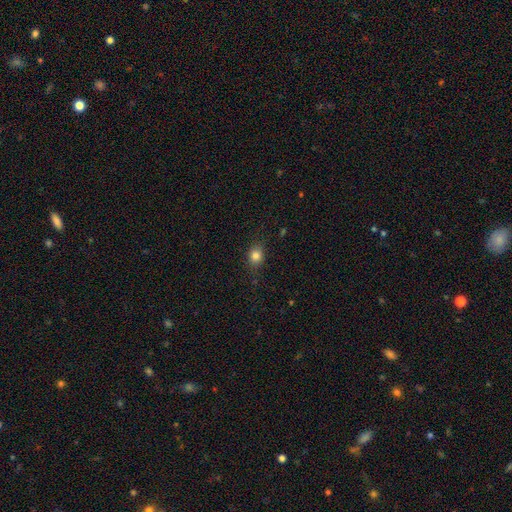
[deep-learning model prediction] A smooth galaxy with no disk features (82%) that is round (59%).

Vote fractions:
- Smooth or featured? smooth: 82% / star or artifact: 12% / featured or disk: 6%
- How rounded? round: 59% / in between: 40% / cigar-shaped: 1%
- Merging? none: 83% / minor disturbance: 12% / major disturbance: 3% / merger: 1%